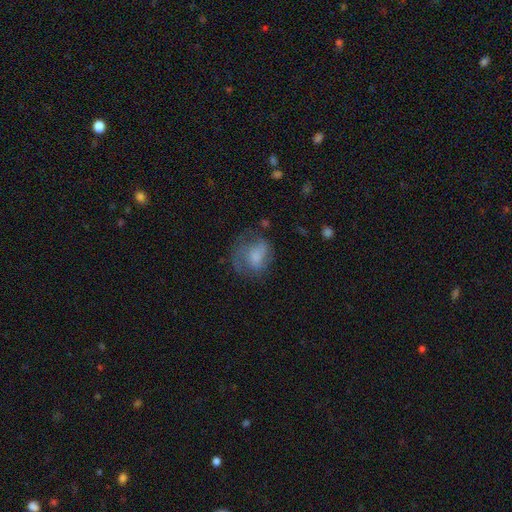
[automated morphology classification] Smooth or featured: smooth — 50% (featured or disk — 40%)
Merging: none — 47% (major disturbance — 26%)